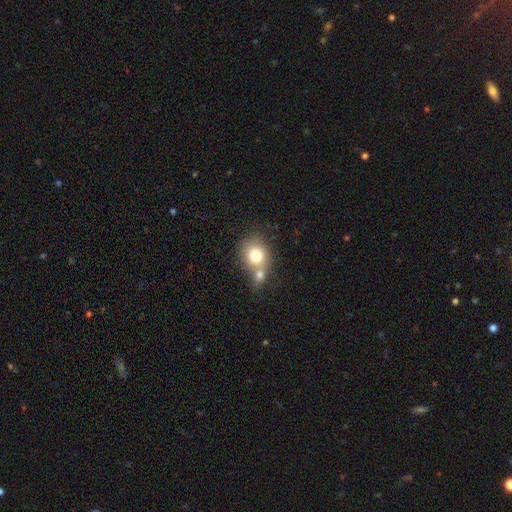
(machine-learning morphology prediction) smooth-or-featured: smooth: 76% | featured or disk: 15% | star or artifact: 10%
  how-rounded: round: 67% | in between: 32% | cigar-shaped: 1%
  merging: merger: 49% | none: 36% | minor disturbance: 10% | major disturbance: 5%